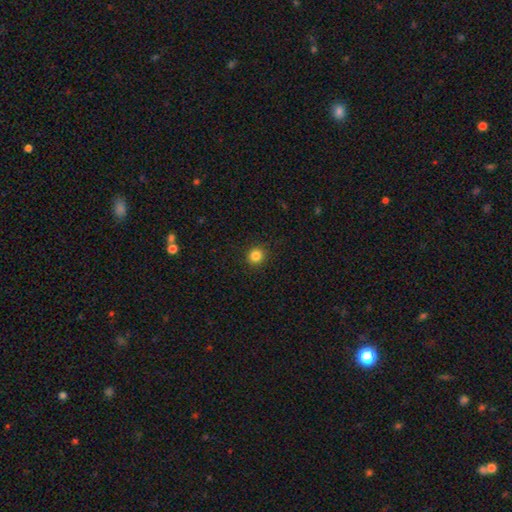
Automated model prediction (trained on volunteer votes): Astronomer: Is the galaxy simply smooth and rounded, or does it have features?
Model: smooth — 84%.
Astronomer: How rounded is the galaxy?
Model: round — 92%.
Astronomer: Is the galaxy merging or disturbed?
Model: none — 91%.